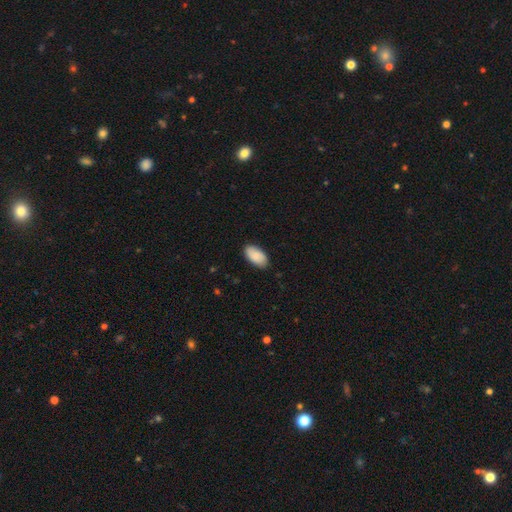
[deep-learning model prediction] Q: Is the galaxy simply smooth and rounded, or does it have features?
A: smooth — 87%.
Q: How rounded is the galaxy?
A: in between — 95%.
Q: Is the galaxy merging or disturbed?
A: none — 87%.